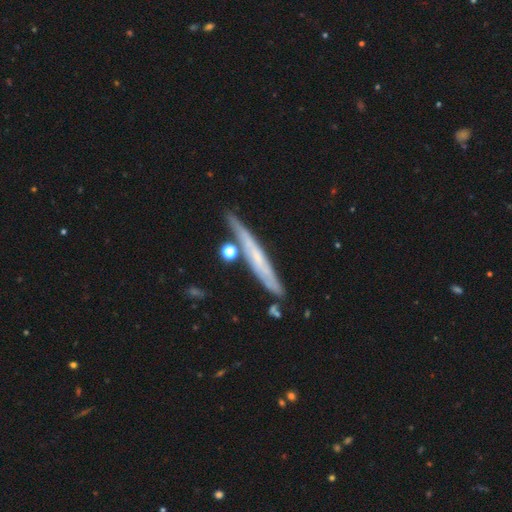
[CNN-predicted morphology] Smooth or featured? featured or disk (56%)
Edge-on disk? yes (87%)
Merging? none (75%)